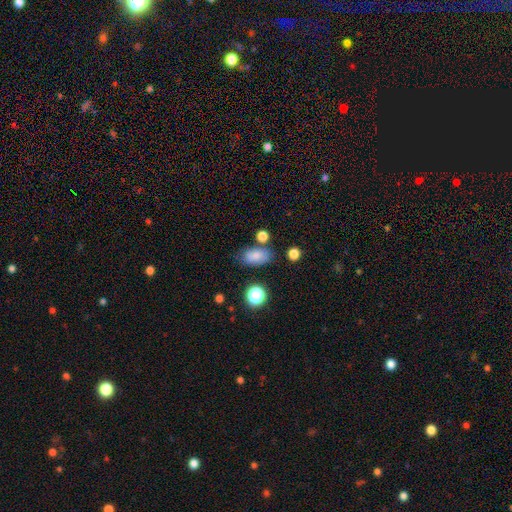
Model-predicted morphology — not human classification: This is likely a smooth galaxy (79%). How rounded: clearly in between (88%). Merging: likely none (70%).